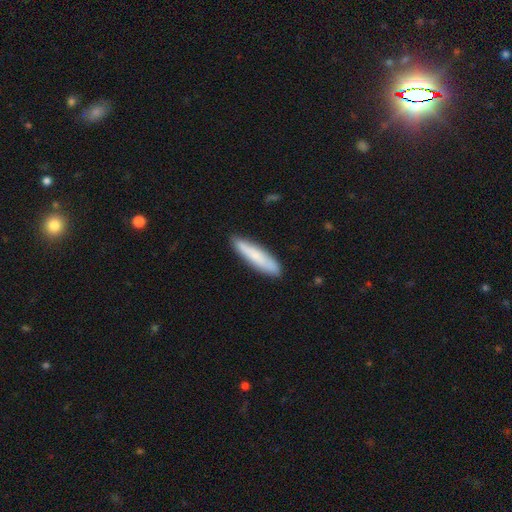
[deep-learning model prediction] The model was most divided on "smooth or featured": smooth: 74%, featured or disk: 20%, star or artifact: 6%. More confident: merging — none (86%); how rounded — cigar-shaped (85%).